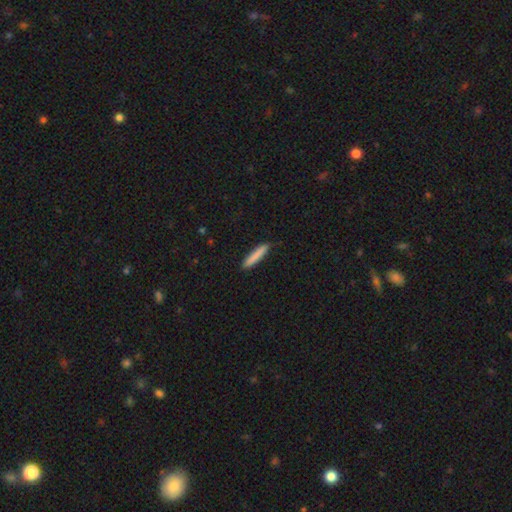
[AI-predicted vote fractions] Morphology: type=smooth (84%); roundness=cigar-shaped (92%); merging=none (90%).